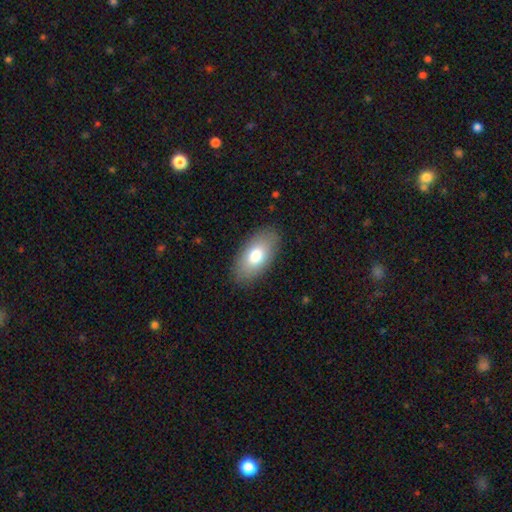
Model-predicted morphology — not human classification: A smooth galaxy with no disk features (77%) that is in between round and cigar-shaped (94%). Merging: none (87%).